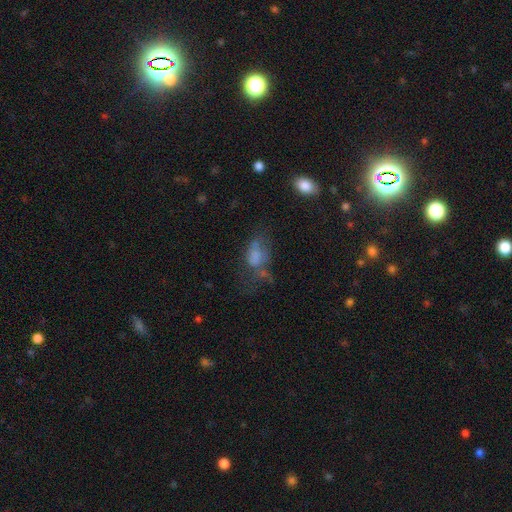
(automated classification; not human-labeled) Smooth or featured: smooth — 55% (featured or disk — 29%)
How rounded: in between — 82% (round — 15%)
Merging: major disturbance — 41% (none — 24%)